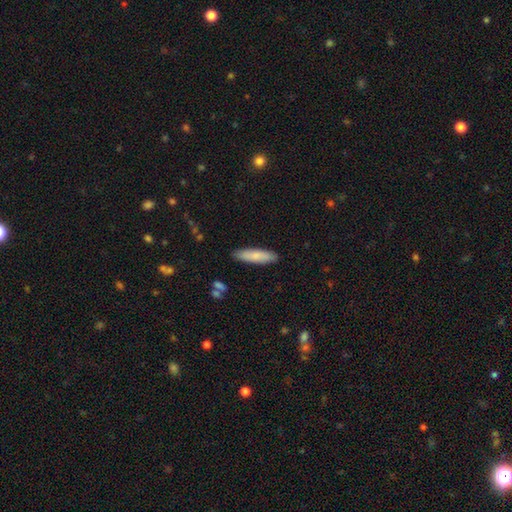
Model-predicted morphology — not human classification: type=smooth (81%); roundness=cigar-shaped (72%); merging=none (88%).